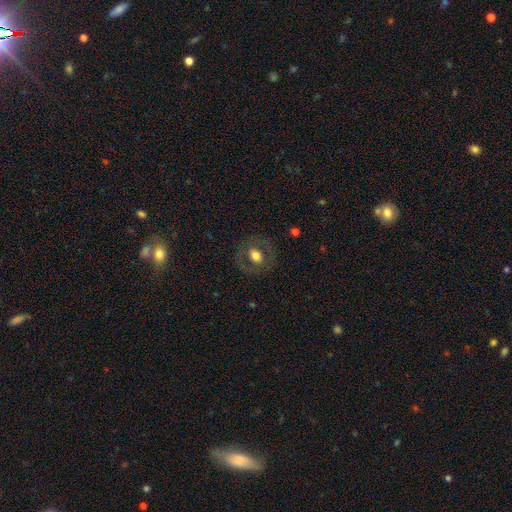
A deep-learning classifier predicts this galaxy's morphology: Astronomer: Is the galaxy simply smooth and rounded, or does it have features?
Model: smooth — 55% (runner-up: featured or disk, 36%).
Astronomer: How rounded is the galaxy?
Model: round — 69%.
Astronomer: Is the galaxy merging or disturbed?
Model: none — 82%.